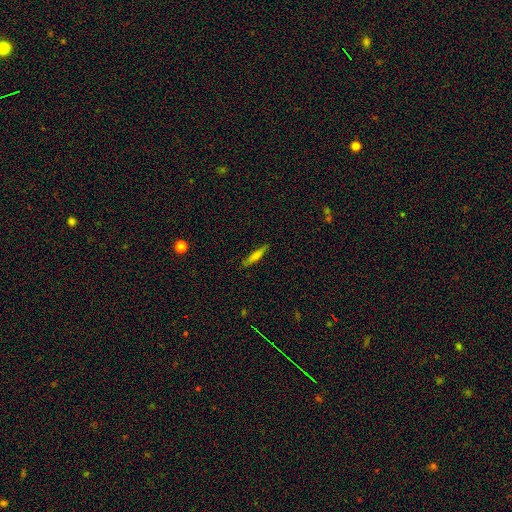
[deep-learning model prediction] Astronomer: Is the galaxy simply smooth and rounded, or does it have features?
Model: smooth — 62%.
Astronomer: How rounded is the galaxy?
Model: cigar-shaped — 84%.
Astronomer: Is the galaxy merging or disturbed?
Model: none — 84%.